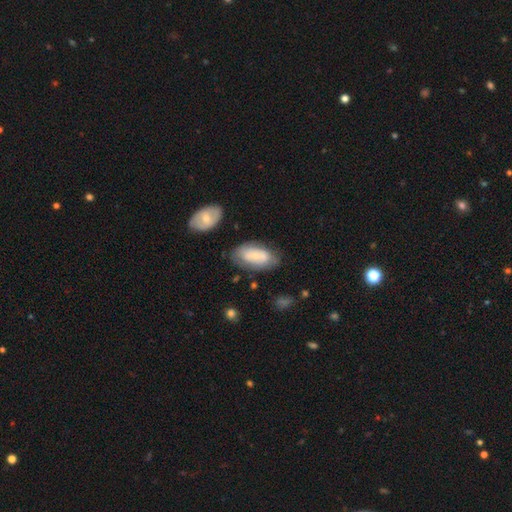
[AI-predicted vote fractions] smooth-or-featured: smooth: 55% | featured or disk: 38% | star or artifact: 7%
  how-rounded: in between: 93% | round: 4% | cigar-shaped: 3%
  merging: none: 63% | minor disturbance: 22% | major disturbance: 8% | merger: 7%